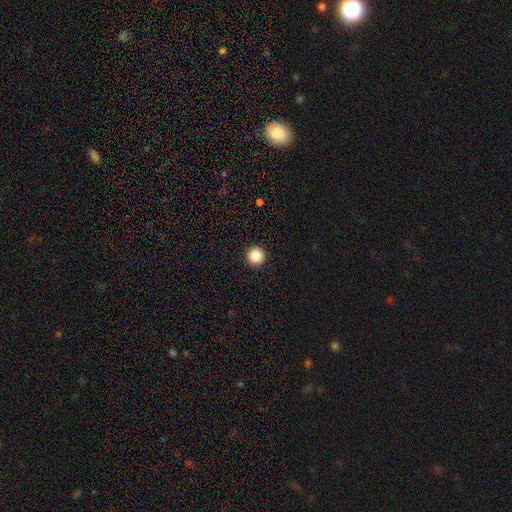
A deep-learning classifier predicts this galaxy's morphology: smooth_or_featured: smooth (p=0.86) [alt: star or artifact p=0.10]
how_rounded: round (p=0.96) [alt: in between p=0.03]
merging: none (p=0.94) [alt: minor disturbance p=0.04]